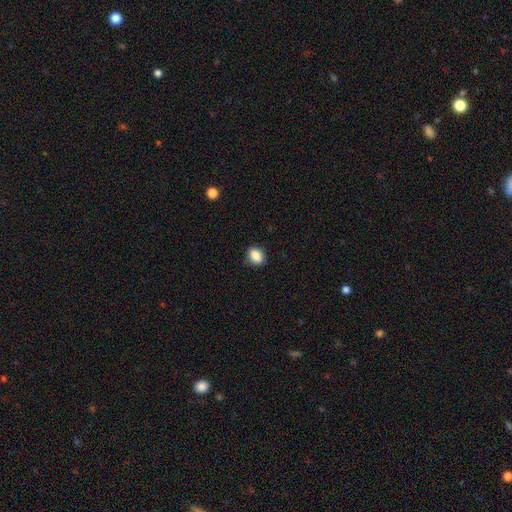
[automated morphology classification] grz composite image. It shows a smooth galaxy with no disk features (86%) that is in between round and cigar-shaped (68%). Merging: none (84%).